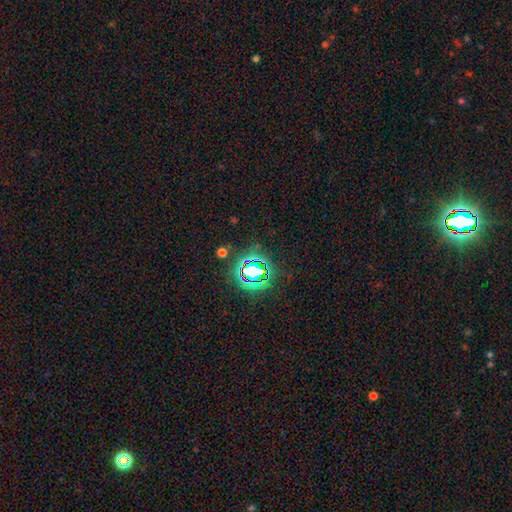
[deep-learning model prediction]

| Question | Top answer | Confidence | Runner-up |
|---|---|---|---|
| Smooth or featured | star or artifact | 80% | smooth (13%) |